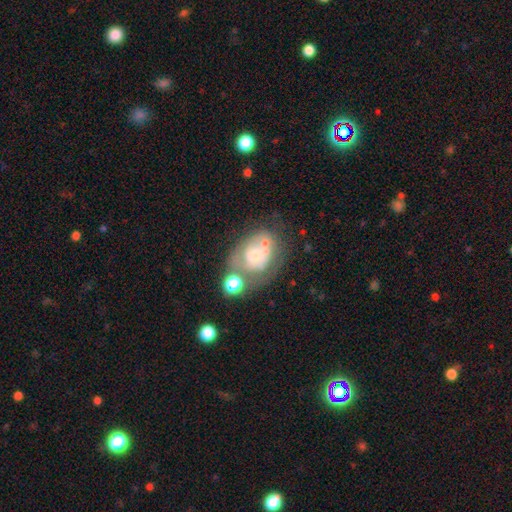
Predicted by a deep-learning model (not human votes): Morphology: type=featured or disk (52%); edge-on=no (97%); bar=no (84%); spiral arms=no (73%); bulge=small (41%); merging=none (31%).